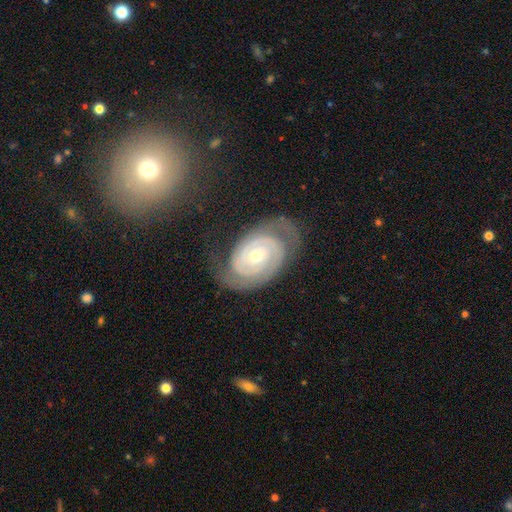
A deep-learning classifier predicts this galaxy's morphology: smooth-or-featured: featured or disk: 88% | smooth: 7% | star or artifact: 5%
  disk-edge-on: no: 97% | yes: 3%
    bar: no: 70% | weak: 22% | strong: 8%
    has-spiral-arms: yes: 96% | no: 4%
      spiral-winding: tight: 75% | medium: 20% | loose: 5%
      spiral-arm-count: 2: 79% | can't tell: 10% | 3: 5% | 1: 3% | 4: 2% | more than 4: 2%
    bulge-size: moderate: 51% | small: 46% | large: 2% | dominant: 1% | none: 1%
  merging: none: 73% | minor disturbance: 16% | major disturbance: 10% | merger: 2%